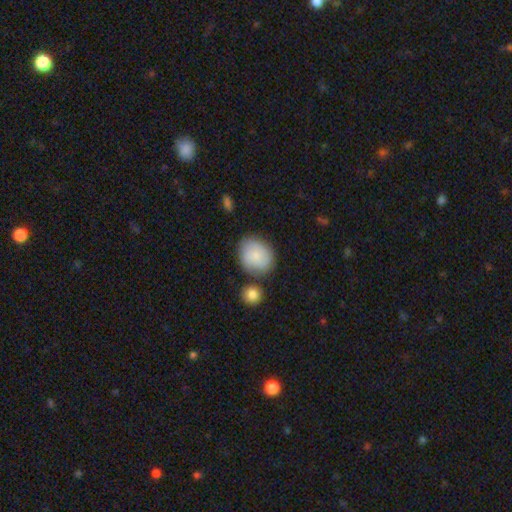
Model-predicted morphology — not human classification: smooth-or-featured: smooth: 72% | featured or disk: 21% | star or artifact: 7%
  how-rounded: round: 64% | in between: 35% | cigar-shaped: 1%
  merging: none: 70% | minor disturbance: 16% | merger: 10% | major disturbance: 4%